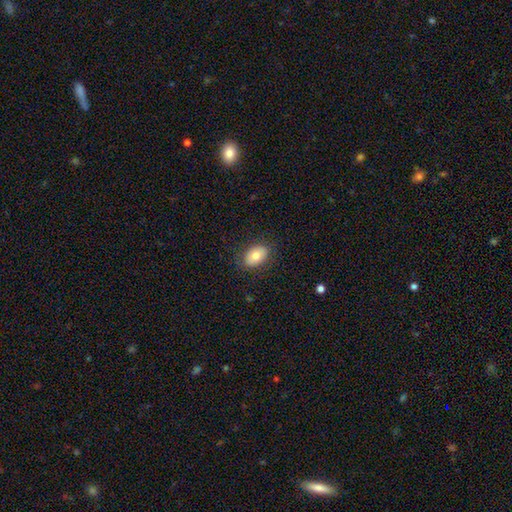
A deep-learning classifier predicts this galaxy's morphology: smooth_or_featured: smooth (p=0.77) [alt: featured or disk p=0.15]
how_rounded: in between (p=0.86) [alt: round p=0.13]
merging: none (p=0.85) [alt: minor disturbance p=0.11]